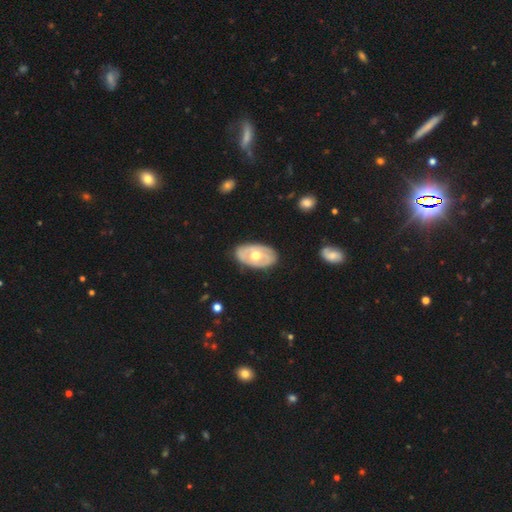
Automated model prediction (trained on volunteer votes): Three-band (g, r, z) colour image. It shows a featured or disk galaxy (63%) with no bar (84%), no spiral arms (67%) and a moderate central bulge (76%). Merging: none (80%).